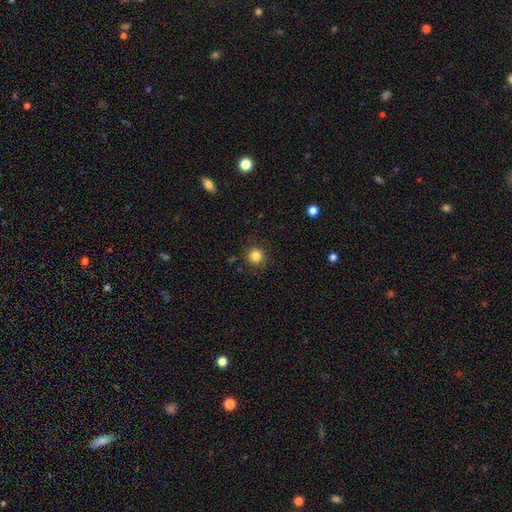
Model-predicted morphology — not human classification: type=smooth (84%); roundness=round (94%); merging=none (89%).